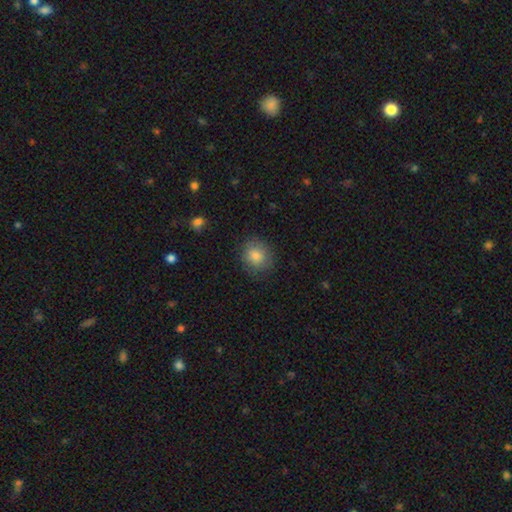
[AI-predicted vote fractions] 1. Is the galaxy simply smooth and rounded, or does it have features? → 82% smooth, 10% featured or disk, 9% star or artifact.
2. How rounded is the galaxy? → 76% round, 24% in between, 1% cigar-shaped.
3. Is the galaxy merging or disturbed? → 83% none, 13% minor disturbance, 4% major disturbance, 1% merger.